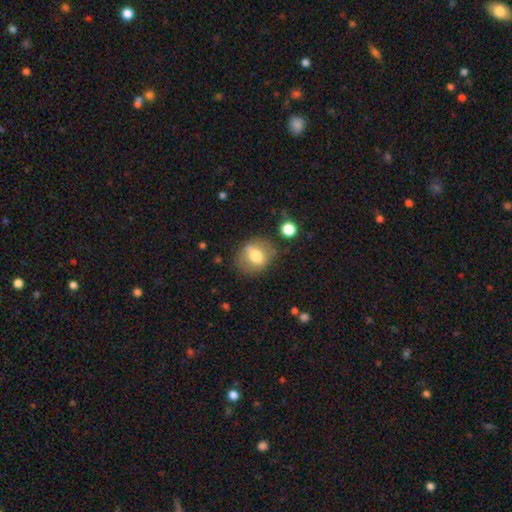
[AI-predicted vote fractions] This is likely a smooth galaxy (66%). How rounded: possibly round (58%). Merging: likely none (74%).